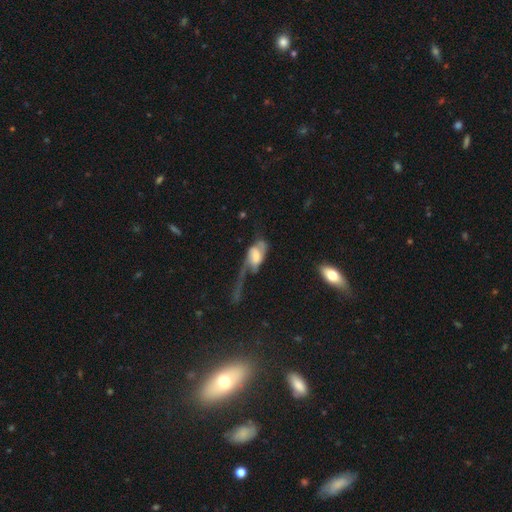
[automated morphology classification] Smooth or featured: featured or disk — 59% (smooth — 34%)
Edge-on disk: no — 91% (yes — 9%)
Bar: no — 49% (weak — 37%)
Spiral arms: yes — 70% (no — 30%)
Bulge size: moderate — 42% (small — 26%)
Merging: major disturbance — 63% (none — 16%)